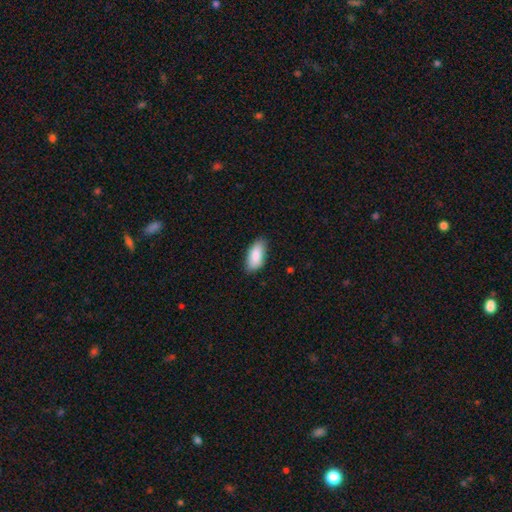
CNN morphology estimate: A smooth galaxy with no disk features (88%) that is in between round and cigar-shaped (90%). Merging: none (82%).